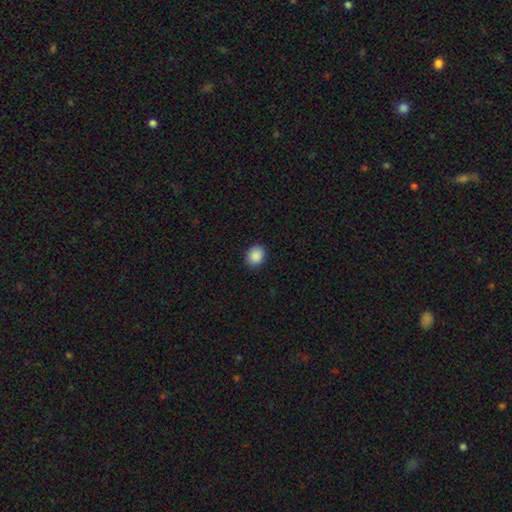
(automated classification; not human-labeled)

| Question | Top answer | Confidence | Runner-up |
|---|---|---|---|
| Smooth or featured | smooth | 89% | star or artifact (8%) |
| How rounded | round | 64% | in between (36%) |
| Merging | none | 88% | minor disturbance (9%) |